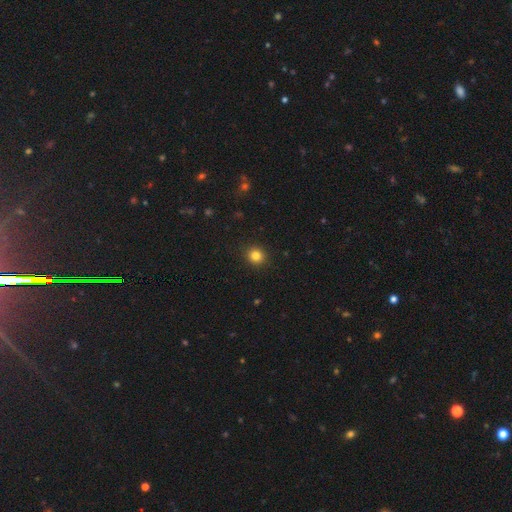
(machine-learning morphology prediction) This appears to be a smooth galaxy with no disk features (83%) that is round (87%). Merging: none (91%).